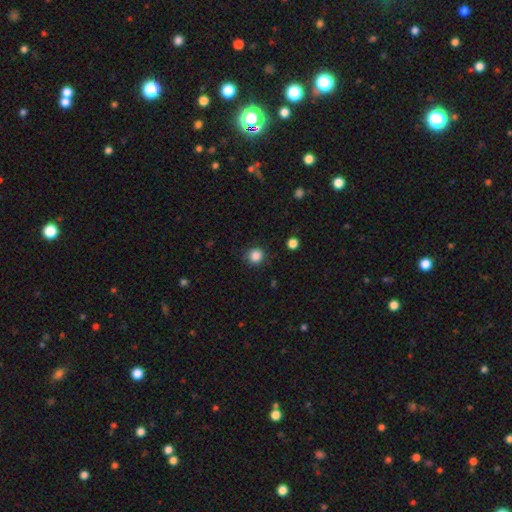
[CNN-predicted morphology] This appears to be a smooth galaxy with no disk features (85%) that is round (92%). Merging: none (88%).